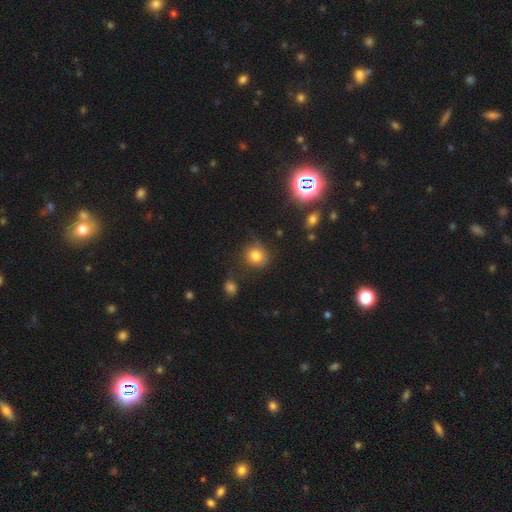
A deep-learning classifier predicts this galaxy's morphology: Smooth or featured? smooth (77%)
How rounded? round (82%)
Merging? none (64%)